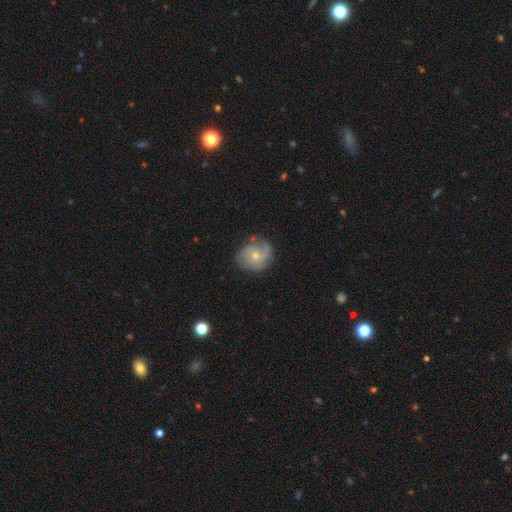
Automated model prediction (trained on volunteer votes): This appears to be a featured or disk galaxy (60%) with no bar (77%), spiral arms (84%) and a small central bulge (55%). Merging: none (65%).